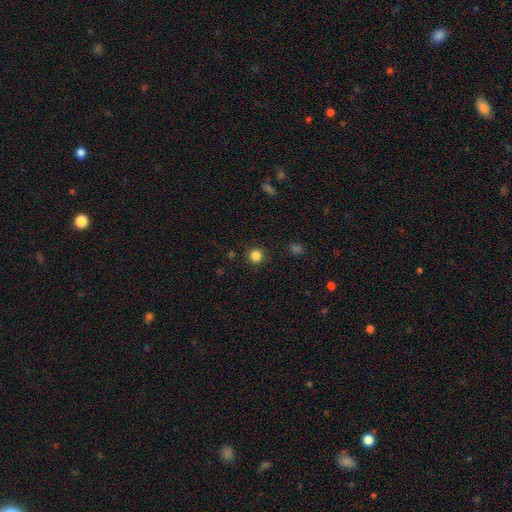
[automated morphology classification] type=smooth (84%); roundness=round (95%); merging=none (91%).